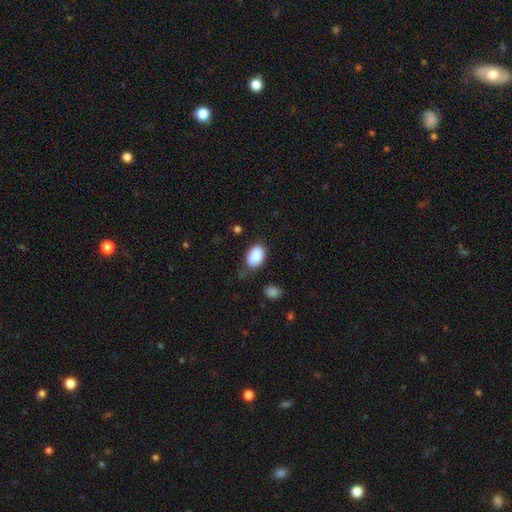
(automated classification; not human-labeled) smooth-or-featured: smooth: 89% | star or artifact: 7% | featured or disk: 3%
  how-rounded: in between: 88% | round: 11% | cigar-shaped: 1%
  merging: none: 70% | minor disturbance: 21% | major disturbance: 5% | merger: 3%